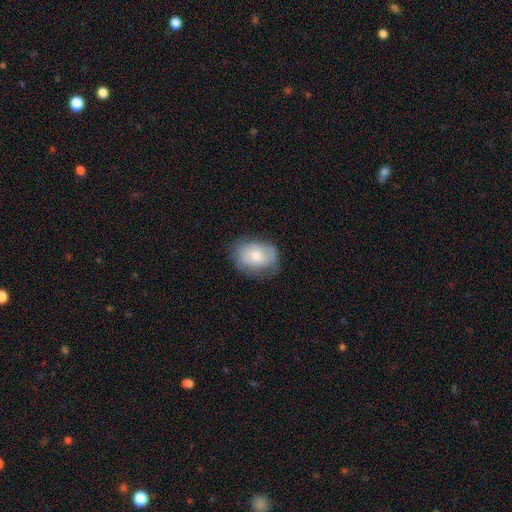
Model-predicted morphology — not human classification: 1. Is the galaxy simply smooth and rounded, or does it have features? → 62% smooth, 30% featured or disk, 8% star or artifact.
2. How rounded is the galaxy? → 59% in between, 40% round, 1% cigar-shaped.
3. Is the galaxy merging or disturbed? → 63% none, 26% minor disturbance, 10% major disturbance, 1% merger.